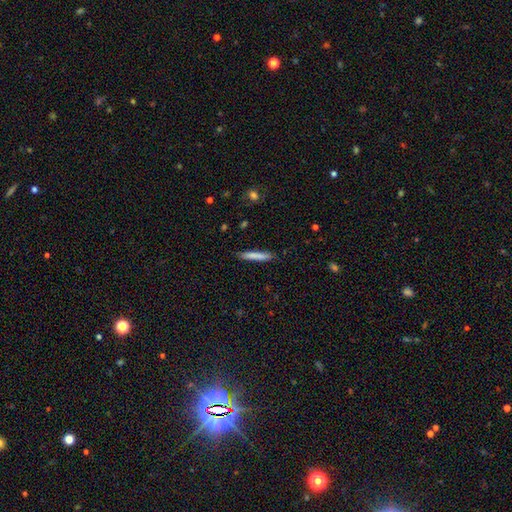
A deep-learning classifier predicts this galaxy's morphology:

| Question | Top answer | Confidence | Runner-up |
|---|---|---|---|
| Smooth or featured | smooth | 78% | featured or disk (16%) |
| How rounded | cigar-shaped | 94% | in between (4%) |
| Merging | none | 86% | minor disturbance (10%) |